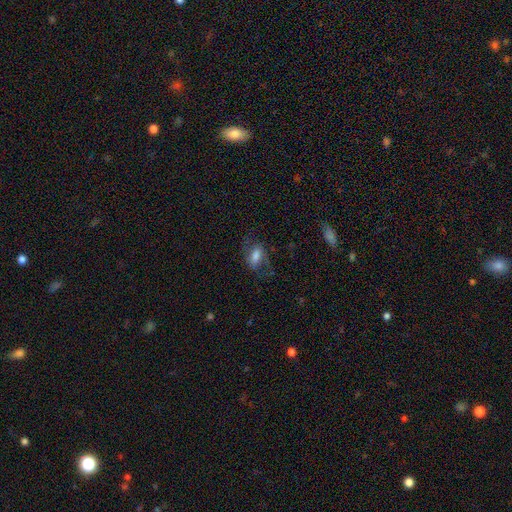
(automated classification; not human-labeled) This is possibly a smooth galaxy (55%). How rounded: clearly in between (85%). Merging: possibly none (59%).